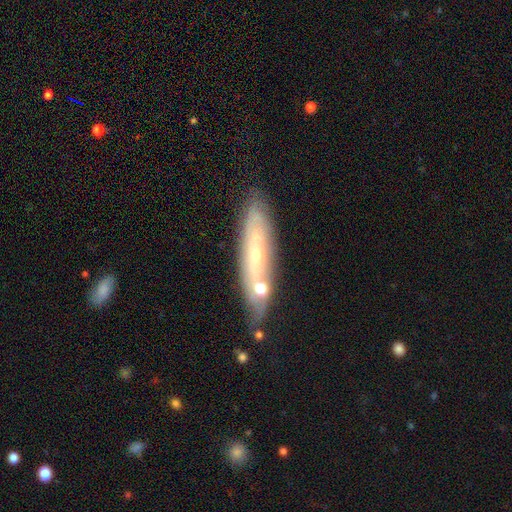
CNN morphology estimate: Smooth or featured? Predicted: featured or disk (p=0.53). Edge-on disk? Predicted: yes (p=0.55). Merging? Predicted: none (p=0.72).